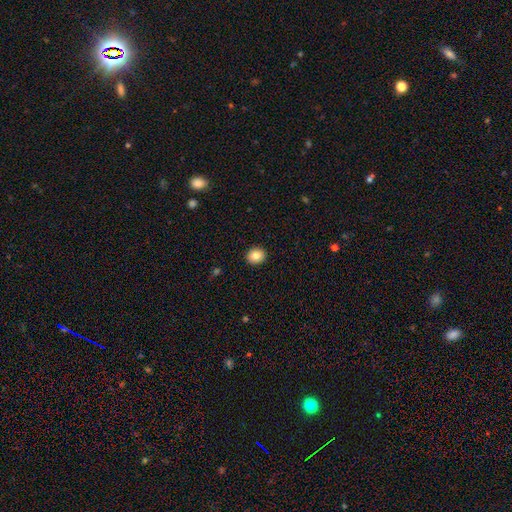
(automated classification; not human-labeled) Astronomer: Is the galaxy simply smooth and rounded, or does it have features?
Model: smooth — 83%.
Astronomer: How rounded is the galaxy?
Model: round — 78%.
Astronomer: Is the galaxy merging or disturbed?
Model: none — 92%.